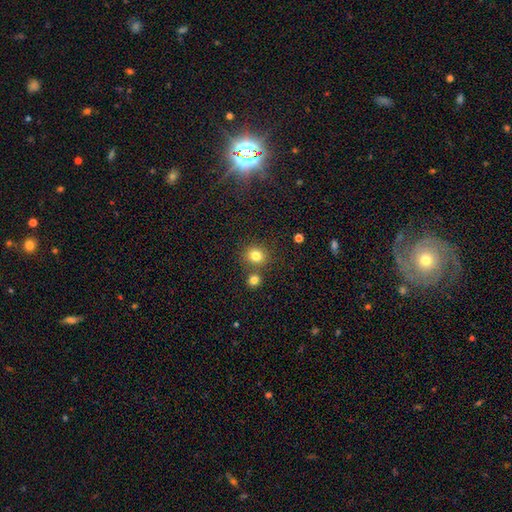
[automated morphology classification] smooth 80%, star or artifact 13%, featured or disk 6%. Down the decision tree: how rounded — round (82%); merging — none (72%).